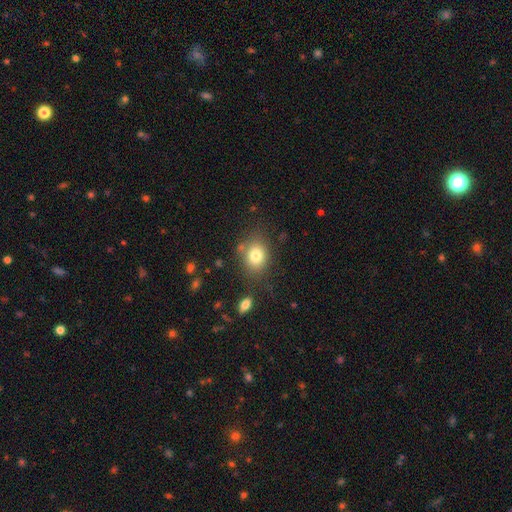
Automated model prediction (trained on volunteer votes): Overall: smooth (79%). How rounded: in between (50%; round 49%). Merging: none (74%).